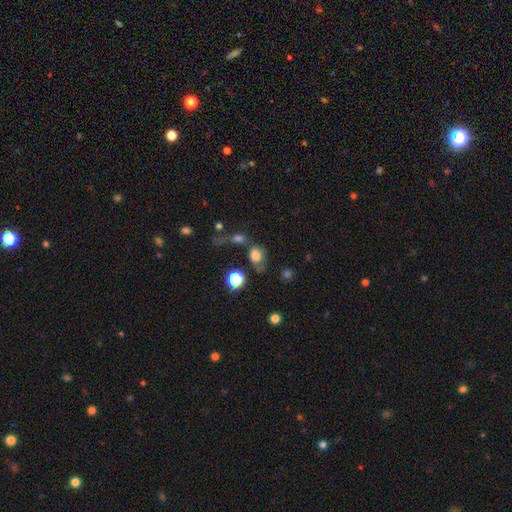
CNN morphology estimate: smooth-or-featured: smooth: 75% | star or artifact: 14% | featured or disk: 11%
  how-rounded: in between: 63% | round: 35% | cigar-shaped: 2%
  merging: none: 45% | merger: 21% | minor disturbance: 20% | major disturbance: 14%